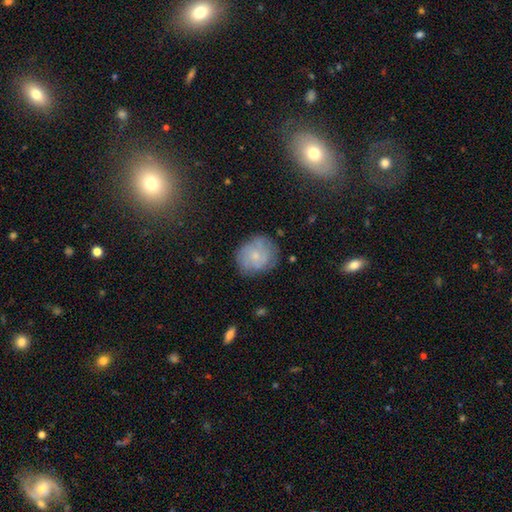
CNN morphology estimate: This appears to be a smooth galaxy with no disk features (56%) that is round (77%). Merging: none (70%).